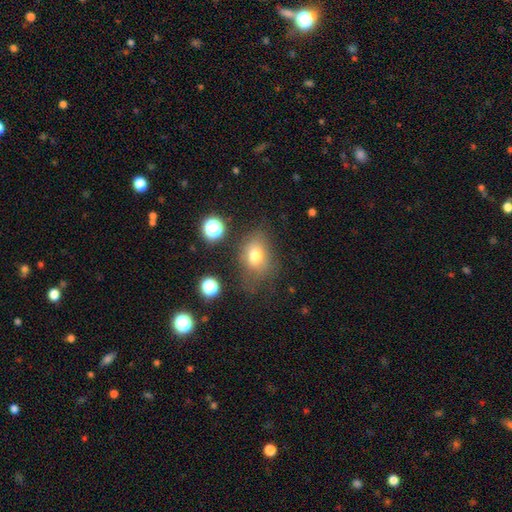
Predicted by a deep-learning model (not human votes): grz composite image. It shows a smooth galaxy with no disk features (73%) that is in between round and cigar-shaped (64%). Merging: none (59%).